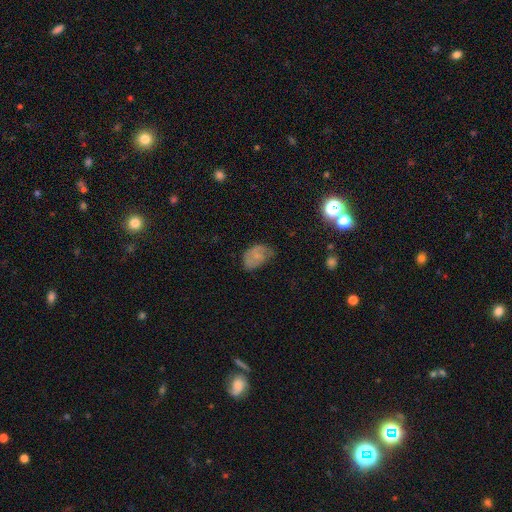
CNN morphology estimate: Smooth or featured? smooth (57%)
How rounded? in between (82%)
Merging? none (42%)